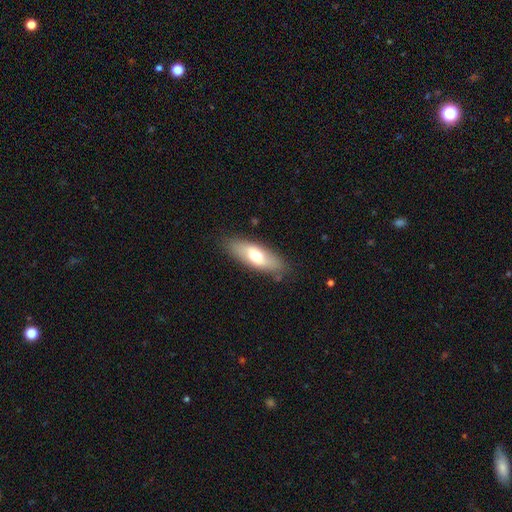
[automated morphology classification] smooth-or-featured: smooth: 62% | featured or disk: 32% | star or artifact: 6%
  how-rounded: in between: 70% | cigar-shaped: 28% | round: 3%
  merging: none: 83% | minor disturbance: 13% | major disturbance: 3% | merger: 1%